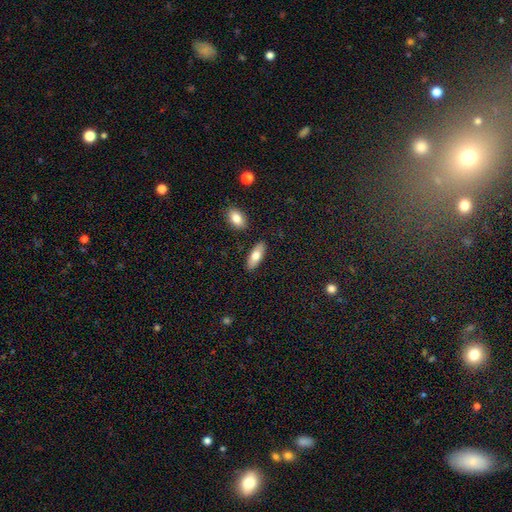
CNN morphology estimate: The model was most divided on "how rounded": in between: 77%, cigar-shaped: 21%, round: 3%. More confident: merging — none (87%); smooth or featured — smooth (75%).